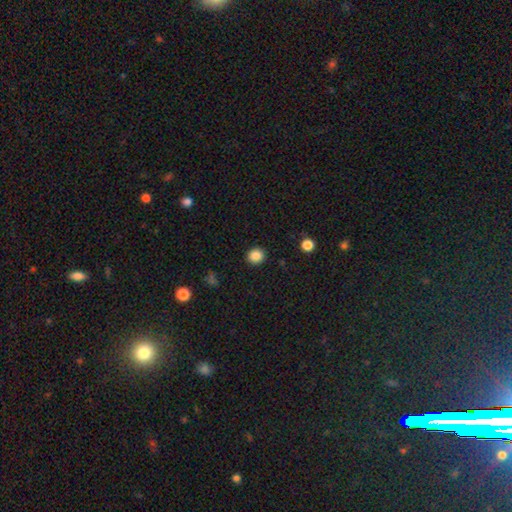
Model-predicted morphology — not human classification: This is clearly a smooth galaxy (86%). How rounded: clearly round (90%). Merging: clearly none (92%).